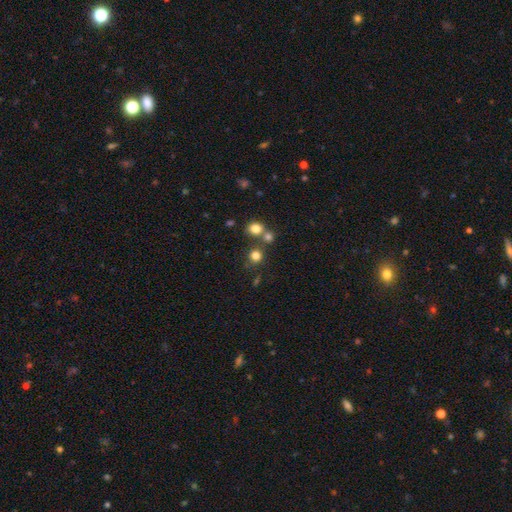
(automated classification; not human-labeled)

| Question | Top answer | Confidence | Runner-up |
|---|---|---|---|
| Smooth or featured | smooth | 77% | star or artifact (16%) |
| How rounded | round | 88% | in between (11%) |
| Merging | none | 67% | merger (21%) |